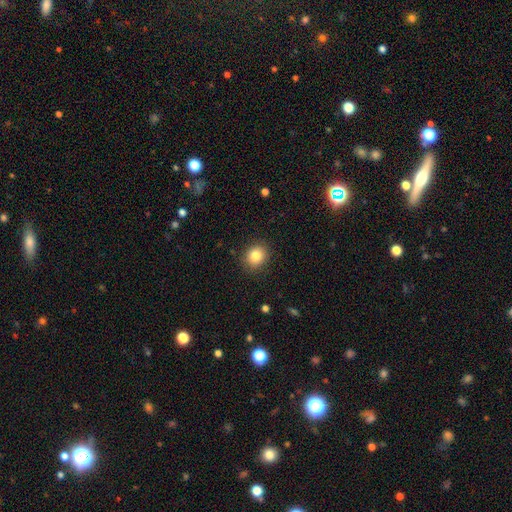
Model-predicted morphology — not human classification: smooth-or-featured: smooth: 83% | star or artifact: 10% | featured or disk: 6%
  how-rounded: round: 76% | in between: 23% | cigar-shaped: 1%
  merging: none: 89% | minor disturbance: 8% | major disturbance: 2% | merger: 1%